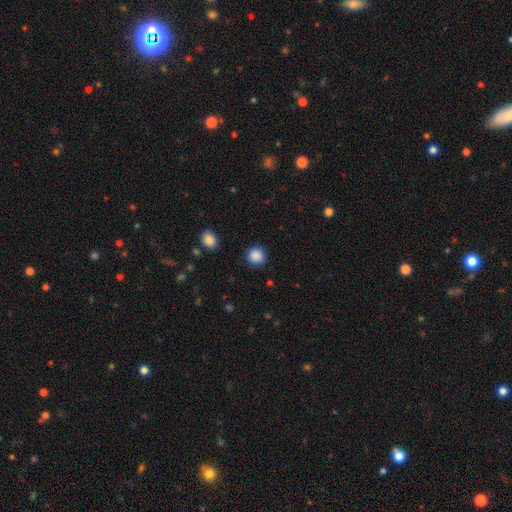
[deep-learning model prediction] A smooth galaxy with no disk features (88%) that is round (92%).

Vote fractions:
- Smooth or featured? smooth: 88% / star or artifact: 10% / featured or disk: 3%
- How rounded? round: 92% / in between: 7% / cigar-shaped: 1%
- Merging? none: 88% / minor disturbance: 8% / major disturbance: 3% / merger: 1%